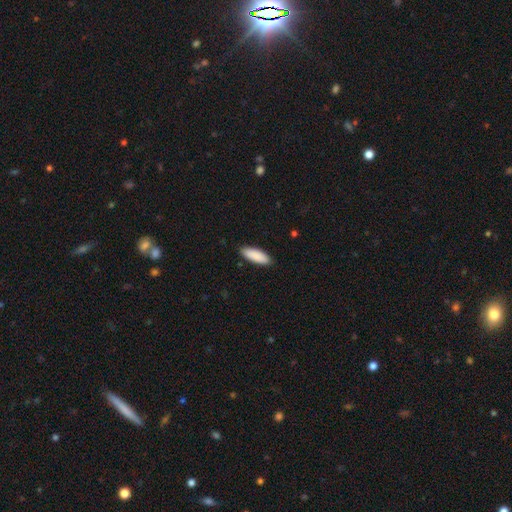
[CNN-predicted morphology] smooth 90%, star or artifact 5%, featured or disk 5%. Down the decision tree: how rounded — in between (63%); merging — none (88%).